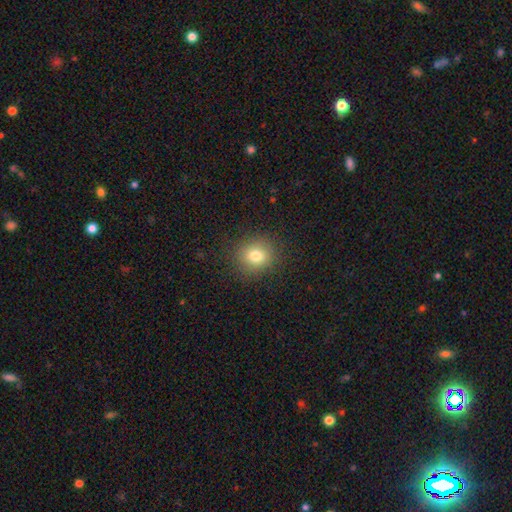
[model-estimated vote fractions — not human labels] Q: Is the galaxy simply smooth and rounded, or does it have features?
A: smooth — 78%.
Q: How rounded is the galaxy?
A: round — 81%.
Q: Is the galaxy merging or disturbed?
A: none — 88%.